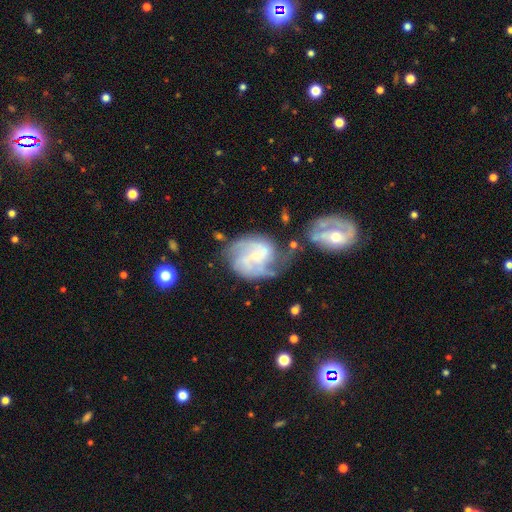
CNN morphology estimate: Q: Smooth or featured?
A: featured or disk (79%); runner-up: smooth (14%)
Q: Edge-on disk?
A: no (98%); runner-up: yes (2%)
Q: Bar?
A: no (52%); runner-up: weak (38%)
Q: Spiral arms?
A: yes (90%); runner-up: no (10%)
Q: Spiral winding?
A: medium (45%); runner-up: tight (31%)
Q: Spiral arm count?
A: 2 (53%); runner-up: can't tell (22%)
Q: Bulge size?
A: small (69%); runner-up: moderate (19%)
Q: Merging?
A: none (42%); runner-up: minor disturbance (21%)